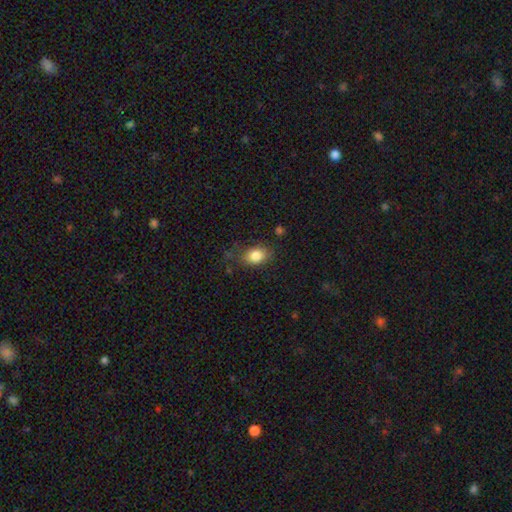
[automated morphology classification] smooth-or-featured: smooth: 84% | star or artifact: 9% | featured or disk: 7%
  how-rounded: in between: 70% | round: 28% | cigar-shaped: 1%
  merging: none: 73% | minor disturbance: 19% | major disturbance: 6% | merger: 2%